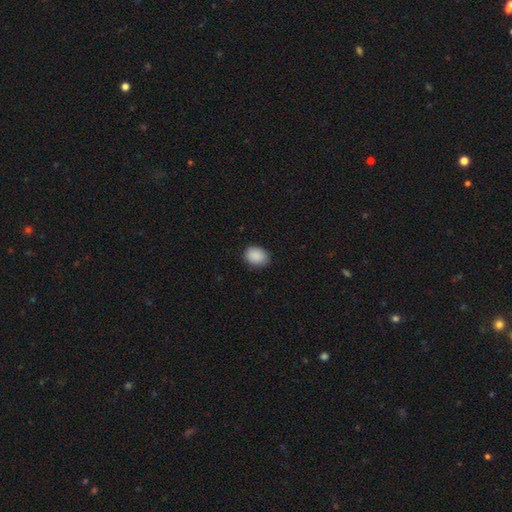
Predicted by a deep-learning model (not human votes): The model was most divided on "how rounded": in between: 60%, round: 39%, cigar-shaped: 1%. More confident: smooth or featured — smooth (89%); merging — none (86%).